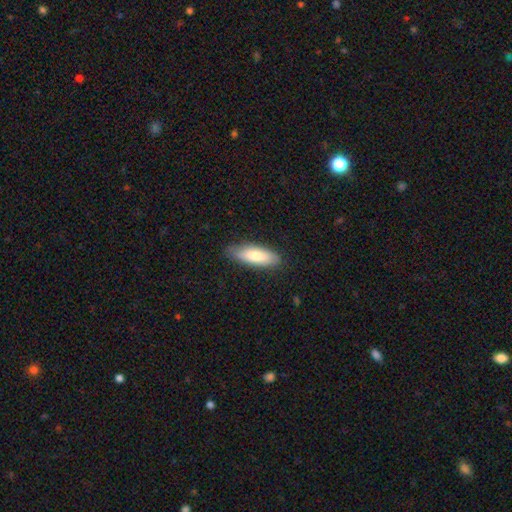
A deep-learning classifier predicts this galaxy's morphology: Q: Smooth or featured?
A: smooth (76%); runner-up: featured or disk (19%)
Q: How rounded?
A: in between (61%); runner-up: cigar-shaped (37%)
Q: Merging?
A: none (82%); runner-up: minor disturbance (14%)